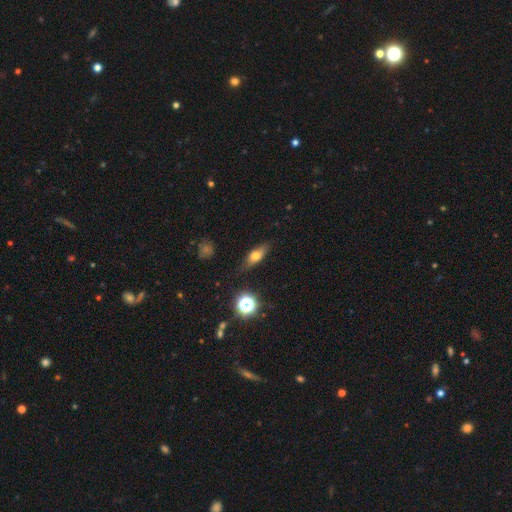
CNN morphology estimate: smooth-or-featured: smooth: 59% | featured or disk: 31% | star or artifact: 11%
  how-rounded: in between: 58% | cigar-shaped: 33% | round: 10%
  merging: none: 79% | minor disturbance: 16% | major disturbance: 4% | merger: 2%